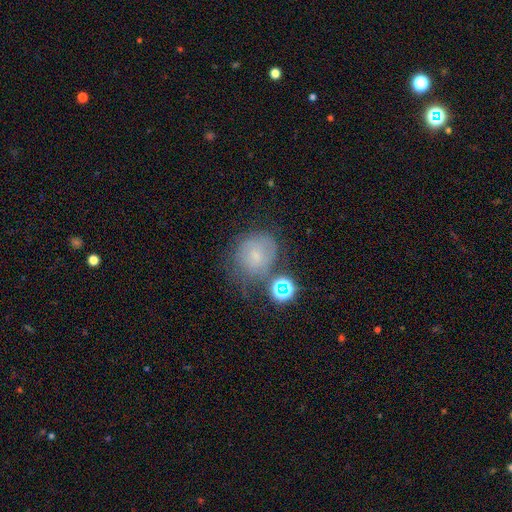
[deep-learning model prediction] This is marginally a smooth galaxy (44%). Merging: possibly none (54%).